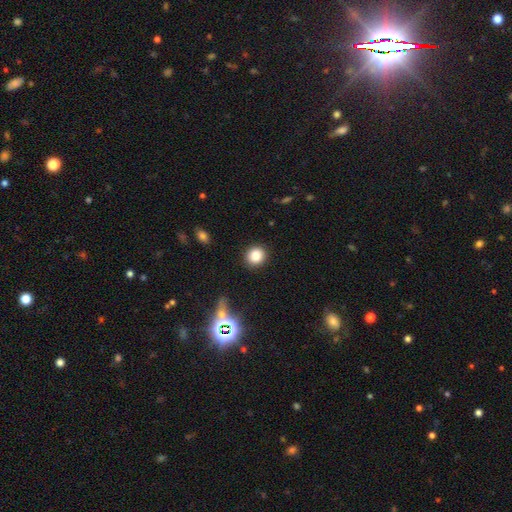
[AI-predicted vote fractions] Smooth or featured? smooth (83%)
How rounded? round (83%)
Merging? none (89%)